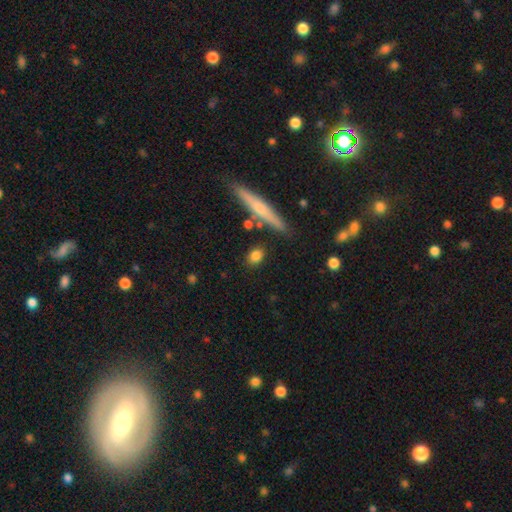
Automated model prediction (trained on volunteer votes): smooth 80%, featured or disk 12%, star or artifact 8%. Down the decision tree: how rounded — in between (51%); merging — none (82%).